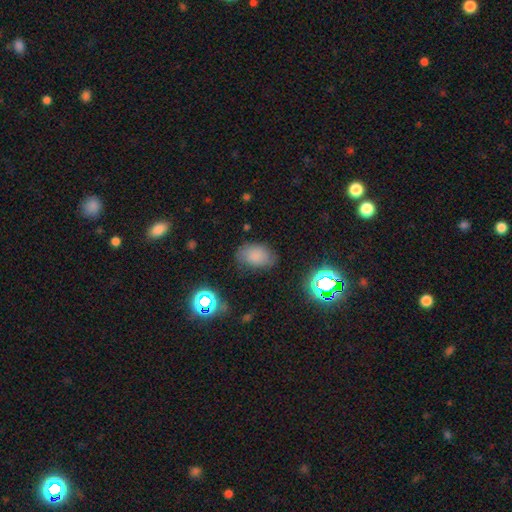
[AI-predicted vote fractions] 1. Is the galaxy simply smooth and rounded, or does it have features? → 77% smooth, 14% star or artifact, 9% featured or disk.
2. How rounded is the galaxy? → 84% in between, 14% round, 1% cigar-shaped.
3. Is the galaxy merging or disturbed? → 72% none, 20% minor disturbance, 6% major disturbance, 2% merger.